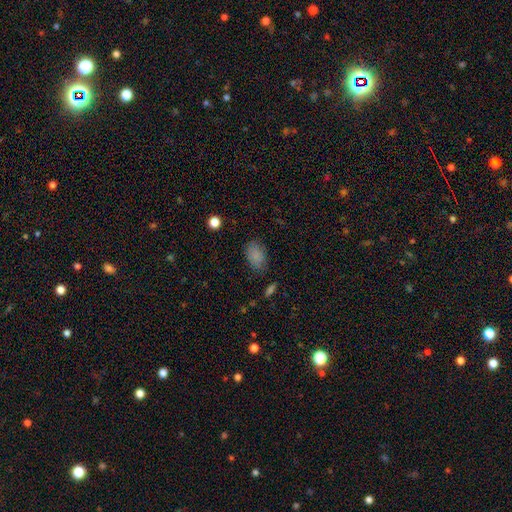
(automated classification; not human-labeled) Morphology: type=smooth (85%); roundness=in between (87%); merging=none (79%).